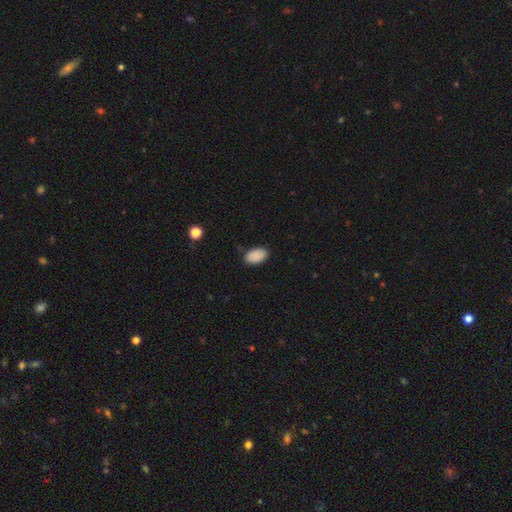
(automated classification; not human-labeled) Smooth or featured: smooth — 90% (star or artifact — 7%)
How rounded: in between — 94% (round — 5%)
Merging: none — 85% (minor disturbance — 11%)